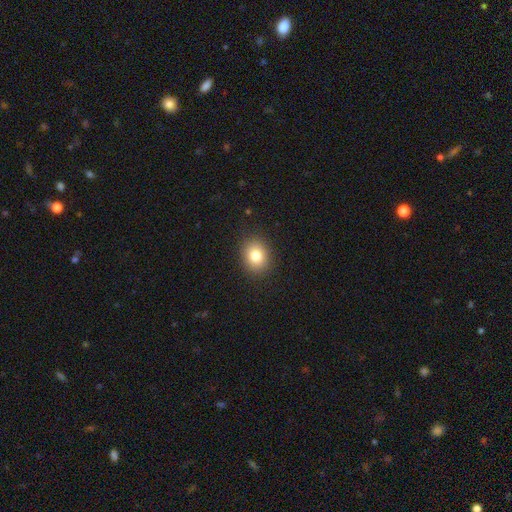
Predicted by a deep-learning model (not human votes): Morphology: type=smooth (81%); roundness=round (56%); merging=none (89%).